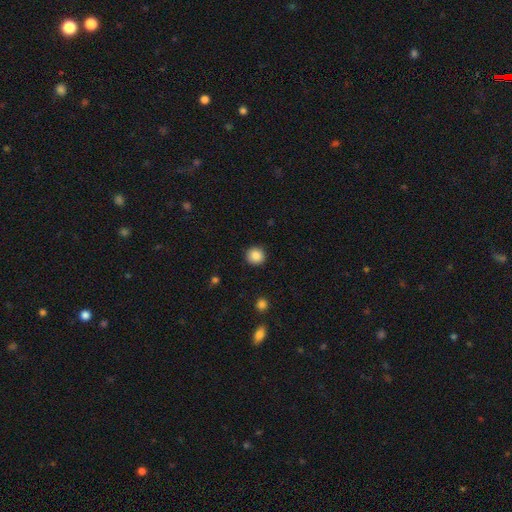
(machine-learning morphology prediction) smooth 87%, star or artifact 9%, featured or disk 3%. Down the decision tree: how rounded — round (93%); merging — none (92%).